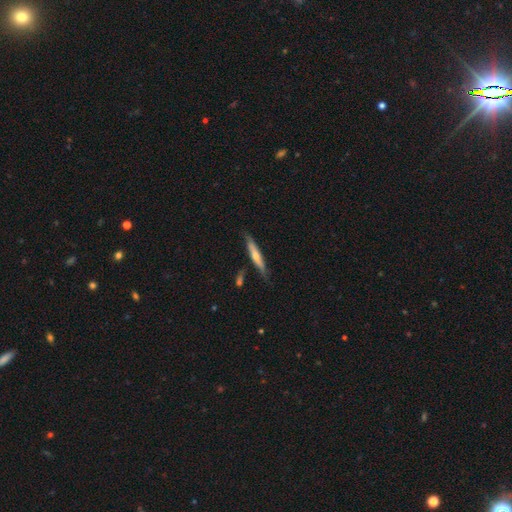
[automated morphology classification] Smooth or featured: featured or disk — 48% (smooth — 46%)
Merging: none — 73% (minor disturbance — 18%)